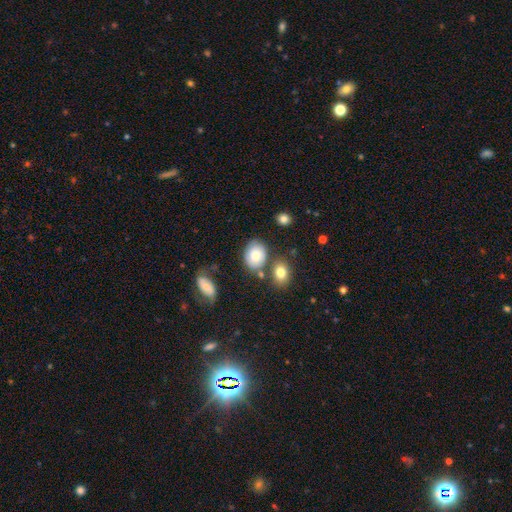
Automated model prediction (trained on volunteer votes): Smooth or featured?
  - smooth: 78% *
  - featured or disk: 14%
  - star or artifact: 9%
How rounded?
  - in between: 61% *
  - round: 38%
  - cigar-shaped: 1%
Merging?
  - none: 64% *
  - minor disturbance: 18%
  - merger: 12%
  - major disturbance: 6%